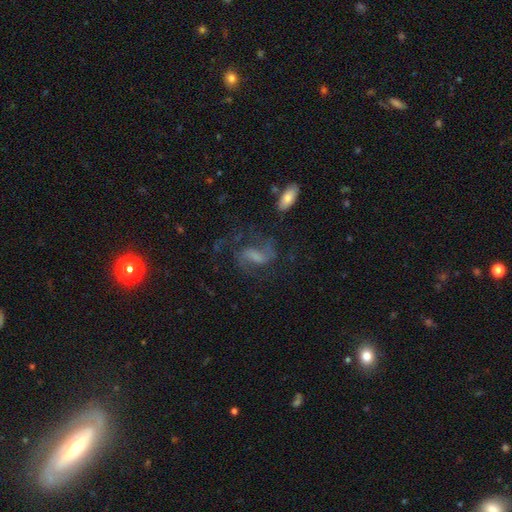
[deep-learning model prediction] smooth_or_featured: featured or disk (p=0.72) [alt: smooth p=0.17]
disk_edge_on: no (p=0.96) [alt: yes p=0.04]
bar: weak (p=0.46) [alt: strong p=0.30]
has_spiral_arms: yes (p=0.91) [alt: no p=0.09]
spiral_winding: medium (p=0.50) [alt: loose p=0.35]
spiral_arm_count: 2 (p=0.78) [alt: can't tell p=0.09]
bulge_size: none (p=0.34) [alt: small p=0.28]
merging: none (p=0.56) [alt: major disturbance p=0.24]